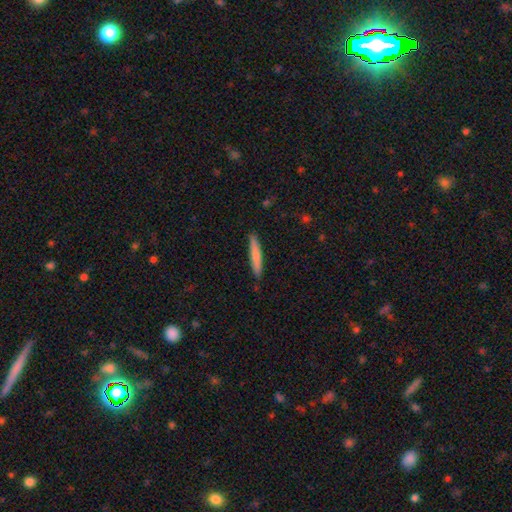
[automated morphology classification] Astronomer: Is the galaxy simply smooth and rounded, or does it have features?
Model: smooth — 74%.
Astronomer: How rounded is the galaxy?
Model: cigar-shaped — 93%.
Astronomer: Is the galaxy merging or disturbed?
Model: none — 88%.